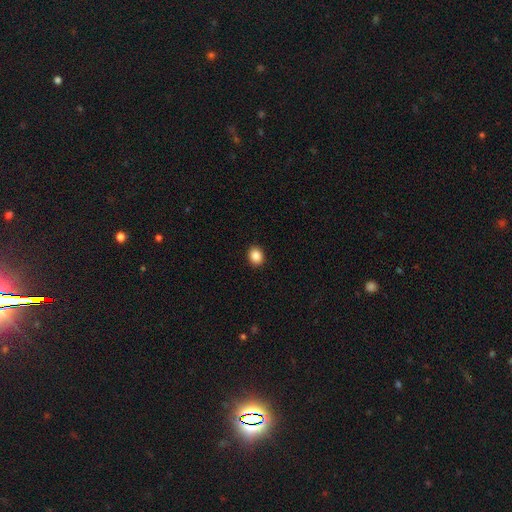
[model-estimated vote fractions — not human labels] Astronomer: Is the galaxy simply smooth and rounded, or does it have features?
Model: smooth — 87%.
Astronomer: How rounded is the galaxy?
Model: round — 58% (runner-up: in between, 41%).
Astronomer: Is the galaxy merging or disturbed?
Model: none — 92%.